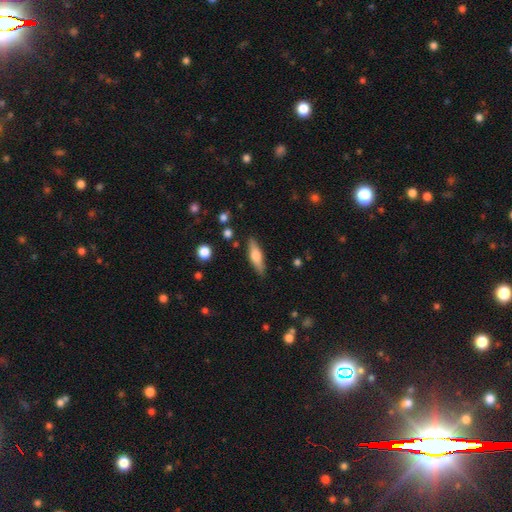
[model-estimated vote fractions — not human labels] This appears to be a smooth galaxy with no disk features (57%) that is cigar-shaped (58%). Merging: none (85%).